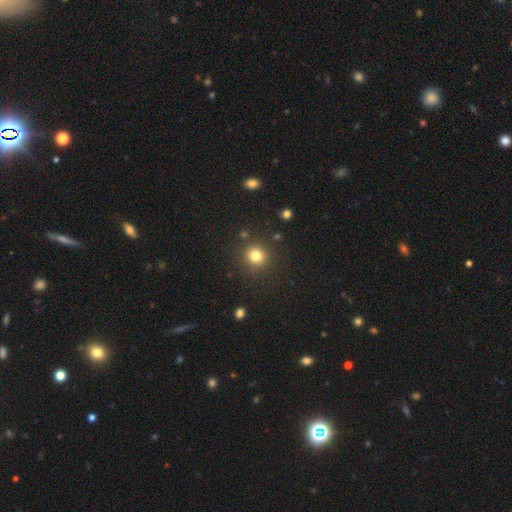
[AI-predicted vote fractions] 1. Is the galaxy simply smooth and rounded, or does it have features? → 80% smooth, 14% star or artifact, 6% featured or disk.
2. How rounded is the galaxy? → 92% round, 7% in between, 1% cigar-shaped.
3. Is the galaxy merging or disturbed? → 87% none, 7% minor disturbance, 3% major disturbance, 3% merger.